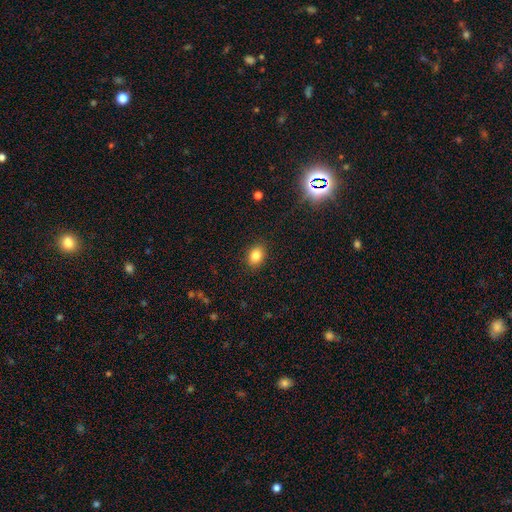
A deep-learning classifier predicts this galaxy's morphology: A smooth galaxy with no disk features (83%) that is in between round and cigar-shaped (68%).

Vote fractions:
- Smooth or featured? smooth: 83% / star or artifact: 10% / featured or disk: 6%
- How rounded? in between: 68% / round: 31% / cigar-shaped: 1%
- Merging? none: 88% / minor disturbance: 8% / major disturbance: 2% / merger: 1%